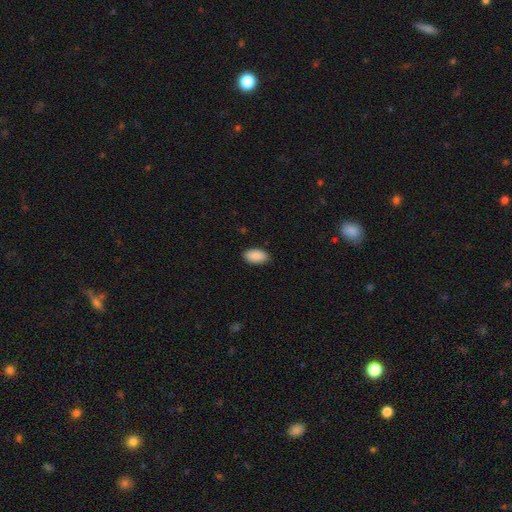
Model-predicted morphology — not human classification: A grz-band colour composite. It shows a smooth galaxy with no disk features (91%) that is in between round and cigar-shaped (95%). Merging: none (86%).